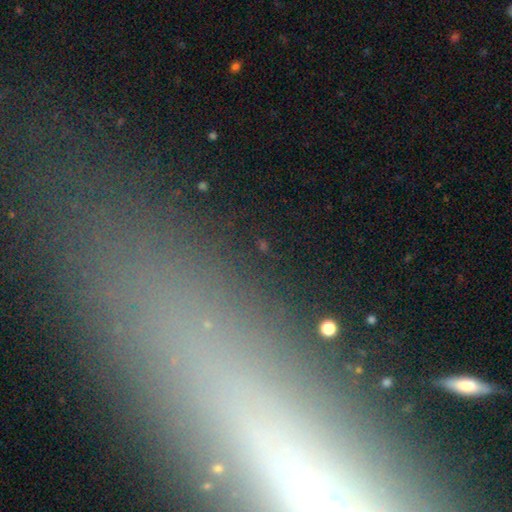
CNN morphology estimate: A star or artifact, not a galaxy (41%).

Vote fractions:
- Smooth or featured? star or artifact: 41% / smooth: 31% / featured or disk: 27%